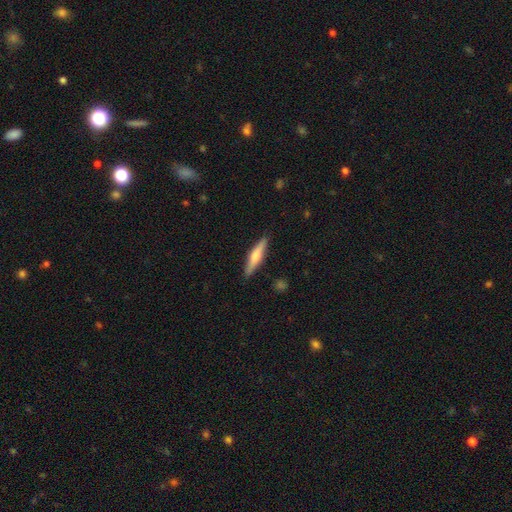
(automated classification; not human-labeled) Smooth or featured: smooth — 49% (featured or disk — 45%)
Merging: none — 89% (minor disturbance — 8%)